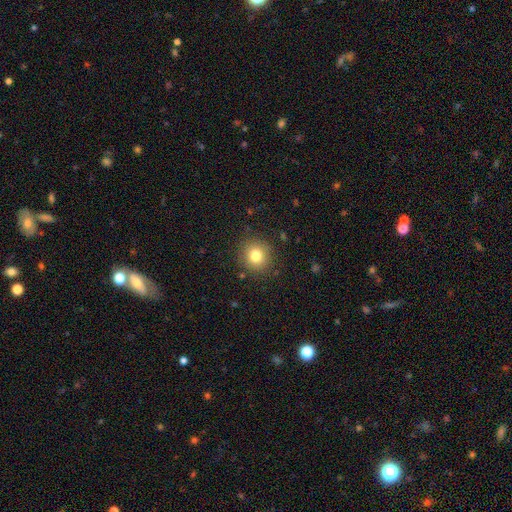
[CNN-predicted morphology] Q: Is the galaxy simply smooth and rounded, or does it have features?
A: smooth — 80%.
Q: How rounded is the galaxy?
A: round — 90%.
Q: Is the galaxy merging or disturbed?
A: none — 89%.